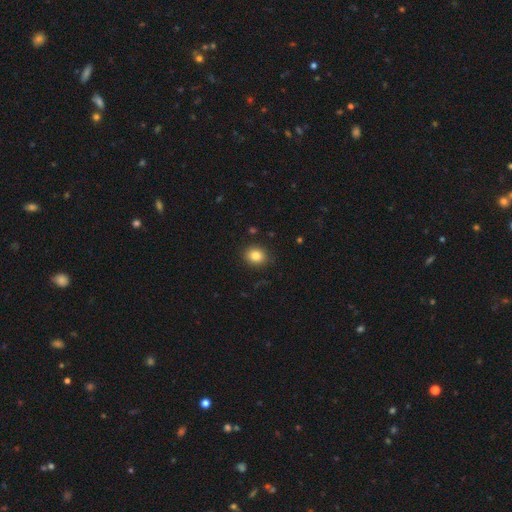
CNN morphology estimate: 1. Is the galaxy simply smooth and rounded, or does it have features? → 83% smooth, 10% star or artifact, 6% featured or disk.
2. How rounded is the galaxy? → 65% round, 34% in between, 1% cigar-shaped.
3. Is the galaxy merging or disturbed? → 89% none, 8% minor disturbance, 2% major disturbance, 1% merger.